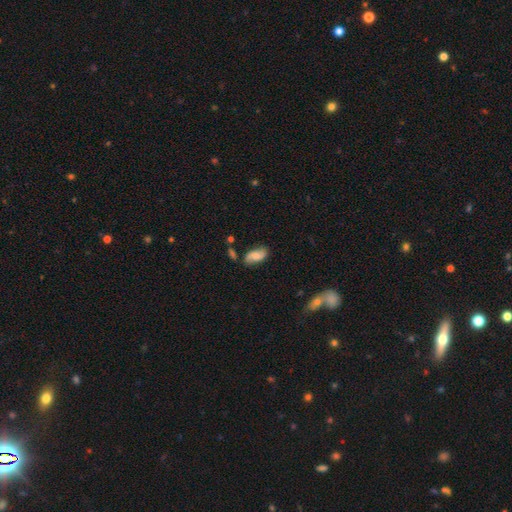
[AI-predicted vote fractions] Smooth or featured?
  - smooth: 58% *
  - featured or disk: 34%
  - star or artifact: 8%
How rounded?
  - in between: 91% *
  - cigar-shaped: 6%
  - round: 4%
Merging?
  - none: 69% *
  - minor disturbance: 22%
  - major disturbance: 5%
  - merger: 4%